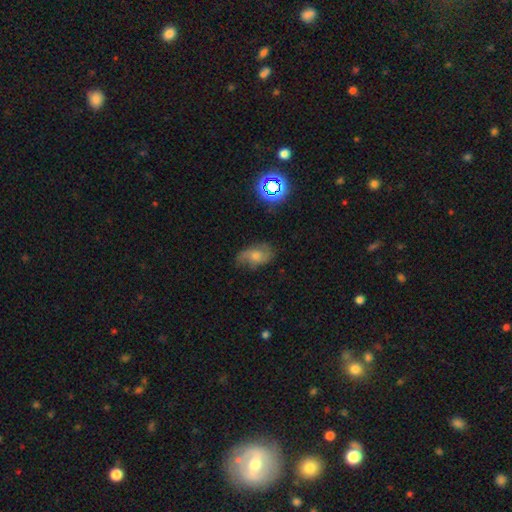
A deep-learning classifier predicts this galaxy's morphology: Overall: featured or disk (48%; smooth 36%). Merging: none (63%; minor disturbance 26%).